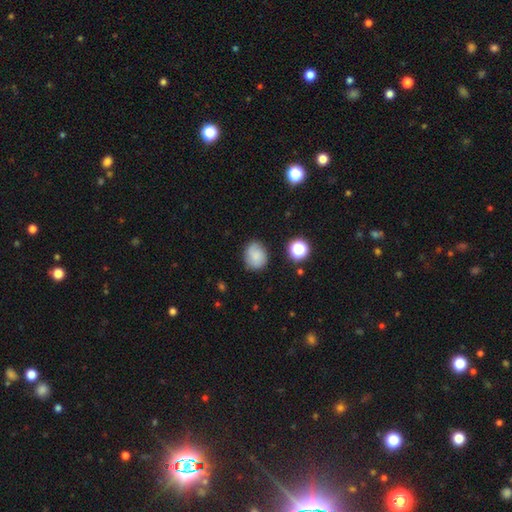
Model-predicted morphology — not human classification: smooth_or_featured: smooth (p=0.72) [alt: featured or disk p=0.17]
how_rounded: round (p=0.59) [alt: in between p=0.40]
merging: none (p=0.74) [alt: minor disturbance p=0.19]